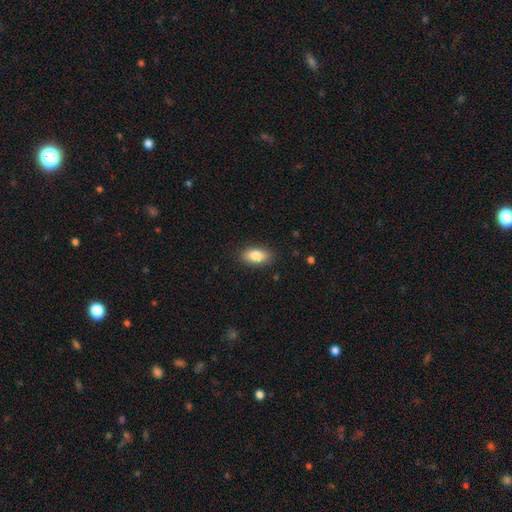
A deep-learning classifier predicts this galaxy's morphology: Smooth or featured?
  - smooth: 83% *
  - featured or disk: 10%
  - star or artifact: 7%
How rounded?
  - in between: 89% *
  - cigar-shaped: 6%
  - round: 5%
Merging?
  - none: 87% *
  - minor disturbance: 9%
  - major disturbance: 2%
  - merger: 1%